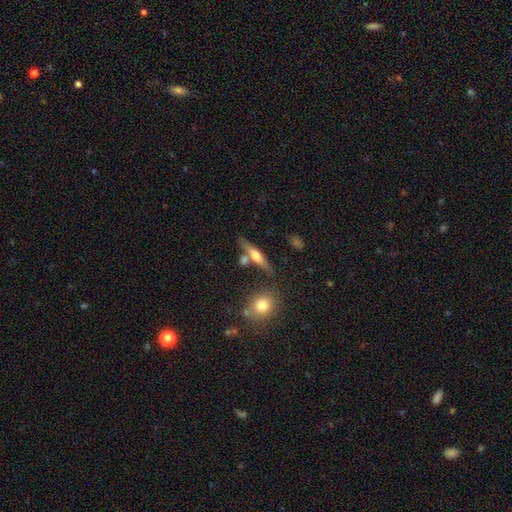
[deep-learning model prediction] Morphology: type=featured or disk (55%); edge-on=yes (93%); edge-on bulge=rounded (86%); merging=none (70%).